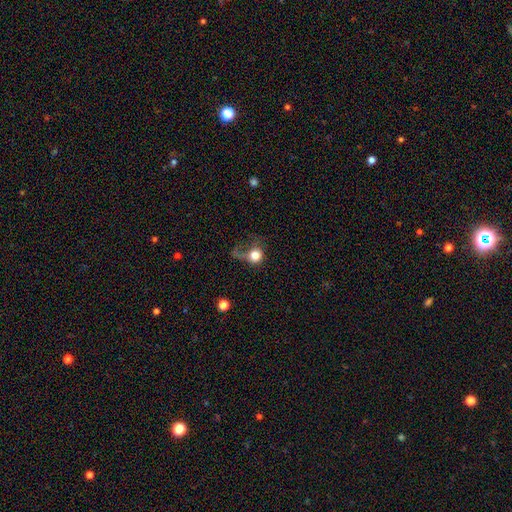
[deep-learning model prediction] Morphology: type=smooth (74%); roundness=round (84%); merging=major disturbance (45%).